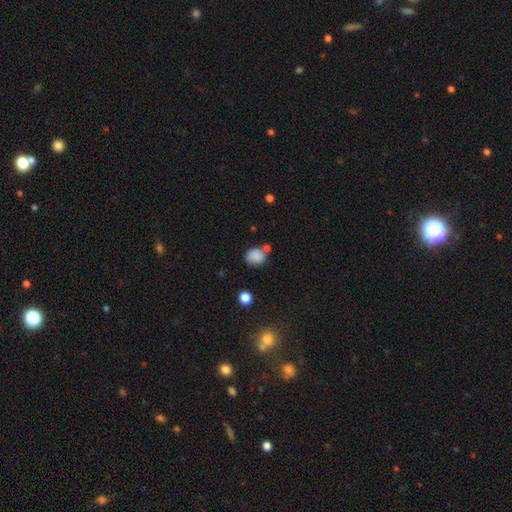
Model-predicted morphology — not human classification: smooth-or-featured: smooth: 85% | star or artifact: 10% | featured or disk: 5%
  how-rounded: round: 61% | in between: 38% | cigar-shaped: 1%
  merging: none: 62% | merger: 18% | minor disturbance: 16% | major disturbance: 5%